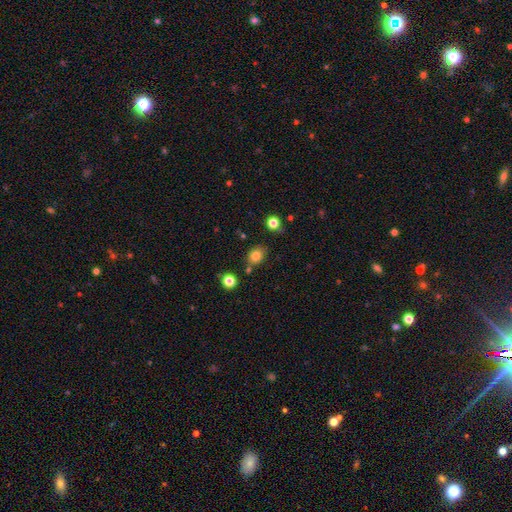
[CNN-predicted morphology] type=smooth (80%); roundness=round (50%); merging=none (74%).